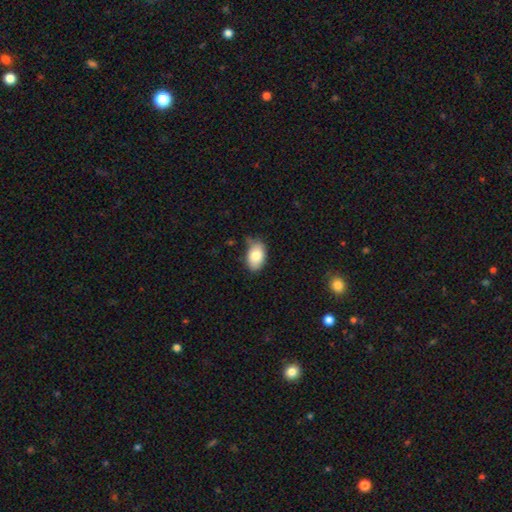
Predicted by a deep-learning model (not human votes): This appears to be a smooth galaxy with no disk features (82%) that is in between round and cigar-shaped (90%). Merging: none (67%).